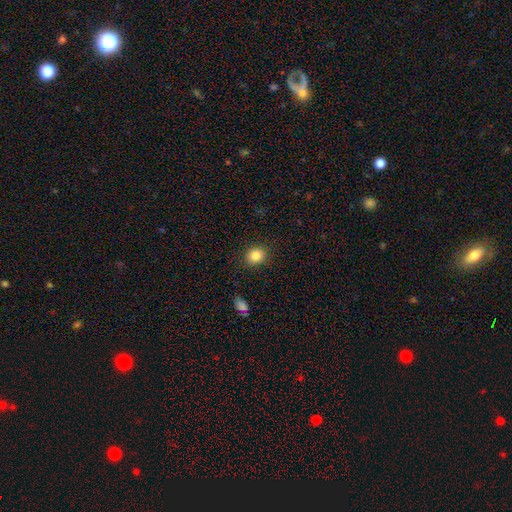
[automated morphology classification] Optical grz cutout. It shows a smooth galaxy with no disk features (84%) that is round (70%). Merging: none (89%).